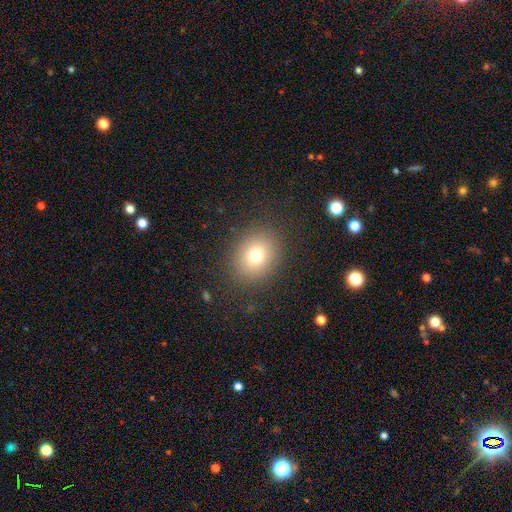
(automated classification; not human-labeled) Smooth or featured: smooth — 75% (star or artifact — 14%)
How rounded: round — 62% (in between — 38%)
Merging: none — 86% (minor disturbance — 8%)